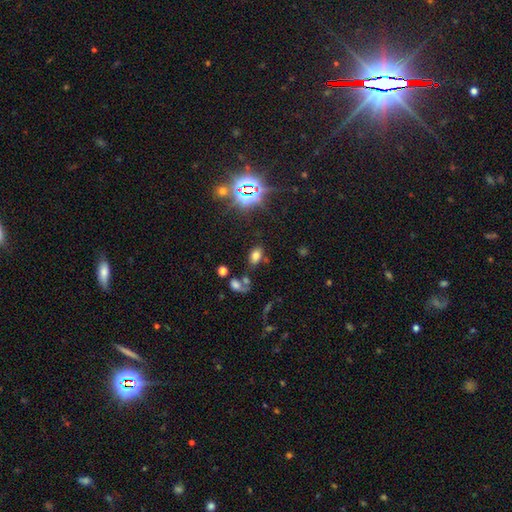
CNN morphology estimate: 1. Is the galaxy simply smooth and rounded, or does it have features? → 66% smooth, 24% star or artifact, 10% featured or disk.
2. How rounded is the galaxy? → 87% in between, 11% round, 2% cigar-shaped.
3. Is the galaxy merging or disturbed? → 71% none, 12% minor disturbance, 11% merger, 6% major disturbance.